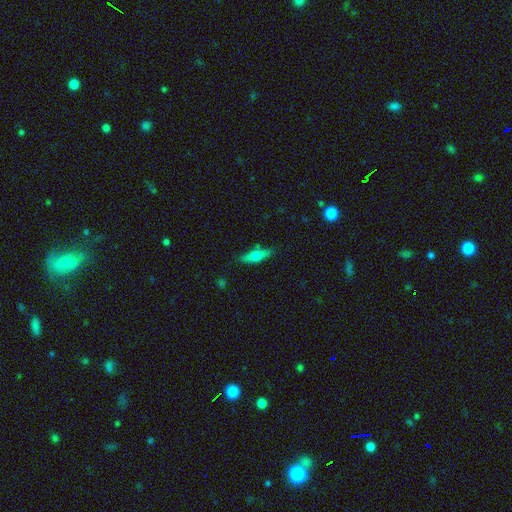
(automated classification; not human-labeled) smooth_or_featured: smooth (p=0.56) [alt: featured or disk p=0.38]
how_rounded: cigar-shaped (p=0.62) [alt: in between p=0.35]
merging: none (p=0.82) [alt: minor disturbance p=0.13]